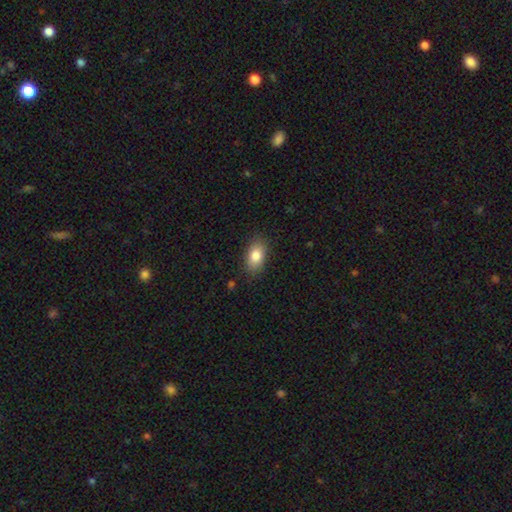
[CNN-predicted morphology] Smooth or featured? smooth (83%)
How rounded? in between (89%)
Merging? none (86%)